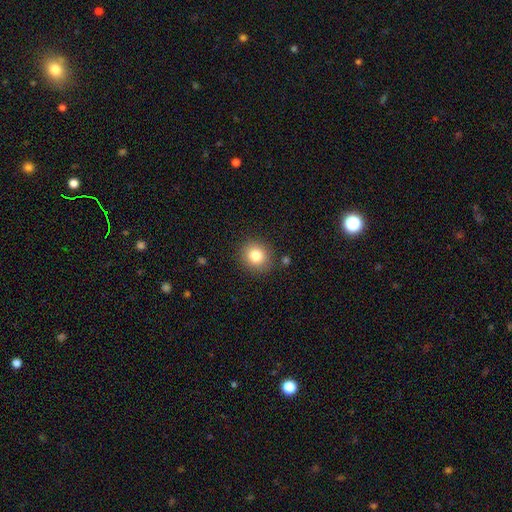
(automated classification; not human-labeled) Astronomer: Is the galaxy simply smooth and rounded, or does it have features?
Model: smooth — 81%.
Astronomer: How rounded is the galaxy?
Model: round — 85%.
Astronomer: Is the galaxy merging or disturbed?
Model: none — 87%.